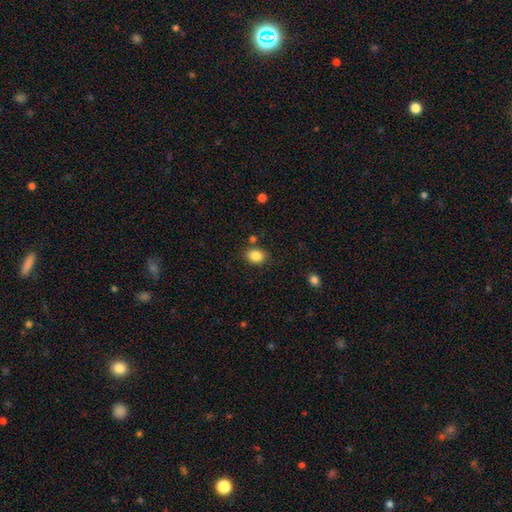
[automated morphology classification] smooth 86%, star or artifact 9%, featured or disk 5%. Down the decision tree: how rounded — in between (64%); merging — none (79%).